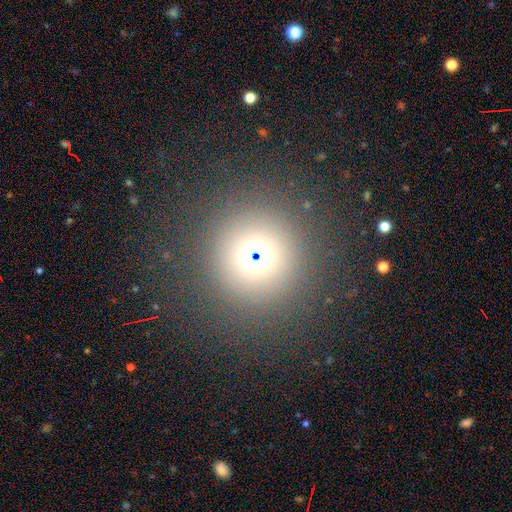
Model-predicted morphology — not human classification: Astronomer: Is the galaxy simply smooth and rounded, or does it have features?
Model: smooth — 60%.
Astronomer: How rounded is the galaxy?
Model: round — 92%.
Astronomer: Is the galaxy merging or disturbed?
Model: none — 85%.